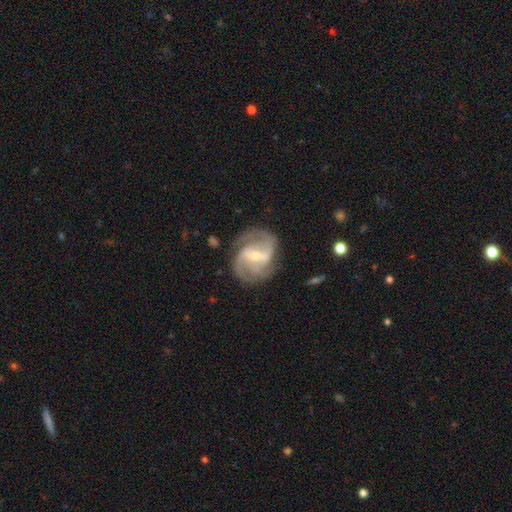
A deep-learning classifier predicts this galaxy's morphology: Smooth or featured? Predicted: featured or disk (p=0.88). Edge-on disk? Predicted: no (p=0.97). Bar? Predicted: strong (p=0.47). Spiral arms? Predicted: yes (p=0.95). Spiral winding? Predicted: medium (p=0.53). Spiral arm count? Predicted: 2 (p=0.72). Bulge size? Predicted: small (p=0.56). Merging? Predicted: none (p=0.72).